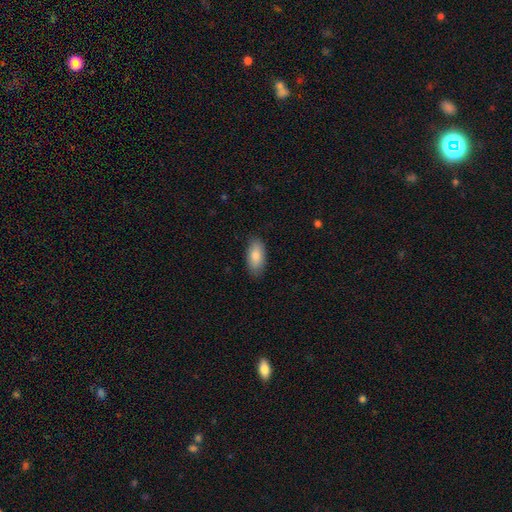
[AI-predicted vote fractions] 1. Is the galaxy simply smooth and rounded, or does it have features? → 84% smooth, 9% featured or disk, 6% star or artifact.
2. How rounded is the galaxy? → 90% in between, 7% cigar-shaped, 3% round.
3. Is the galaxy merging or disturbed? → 86% none, 10% minor disturbance, 2% major disturbance, 1% merger.